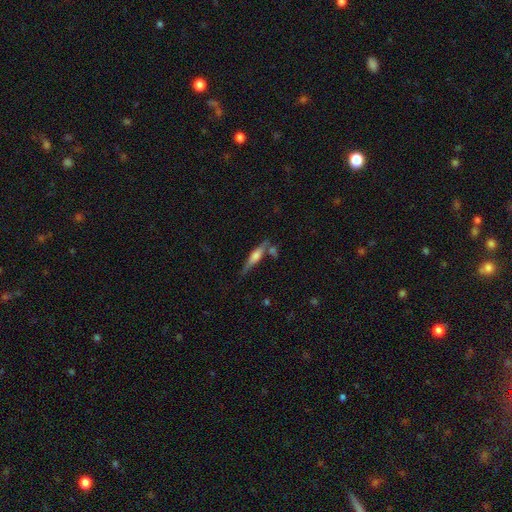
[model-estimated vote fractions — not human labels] Smooth or featured? featured or disk (56%)
Edge-on disk? yes (94%)
Edge-on bulge? rounded (74%)
Merging? none (68%)